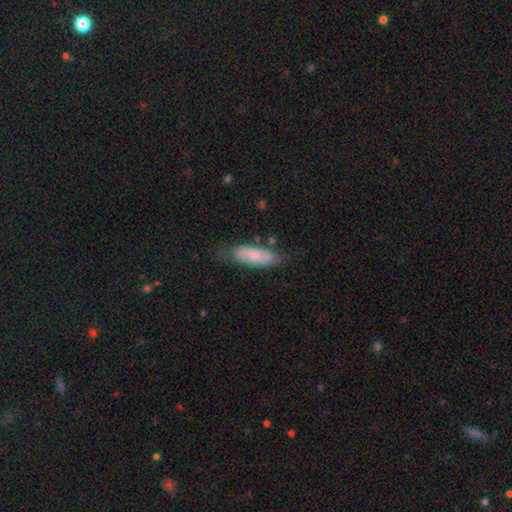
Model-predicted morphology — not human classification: Smooth or featured? smooth (66%)
How rounded? in between (71%)
Merging? none (64%)